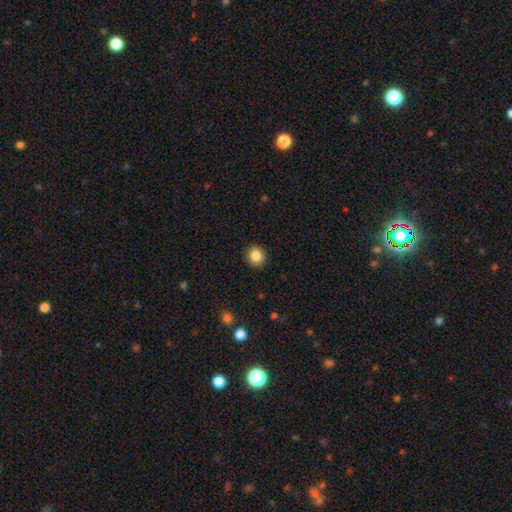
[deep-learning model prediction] smooth-or-featured: smooth: 85% | star or artifact: 10% | featured or disk: 5%
  how-rounded: round: 84% | in between: 15% | cigar-shaped: 1%
  merging: none: 91% | minor disturbance: 6% | major disturbance: 2% | merger: 1%